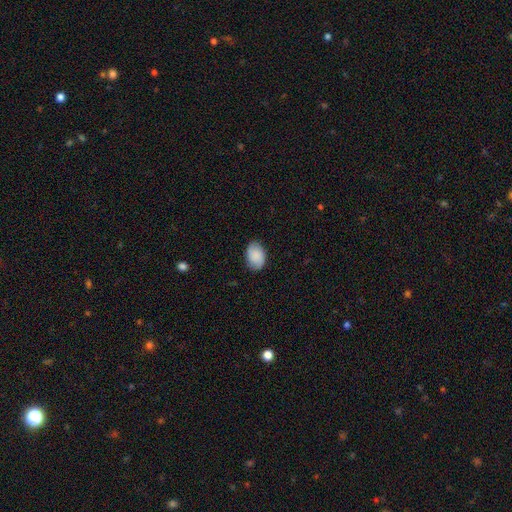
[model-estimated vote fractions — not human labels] Overall: smooth (80%). How rounded: in between (85%). Merging: none (83%).